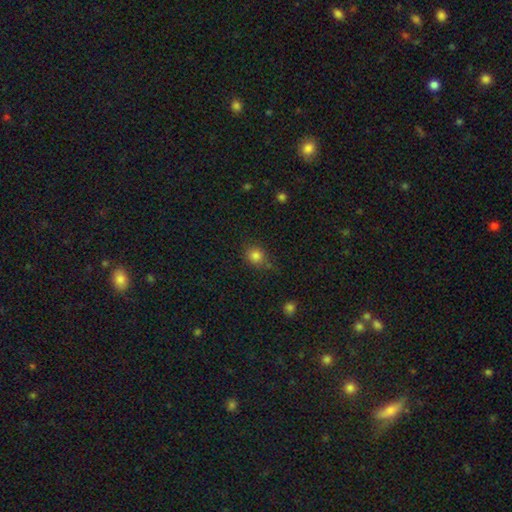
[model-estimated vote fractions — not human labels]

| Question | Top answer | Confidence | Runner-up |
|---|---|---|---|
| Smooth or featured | smooth | 81% | star or artifact (13%) |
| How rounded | round | 84% | in between (15%) |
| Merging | none | 74% | minor disturbance (16%) |